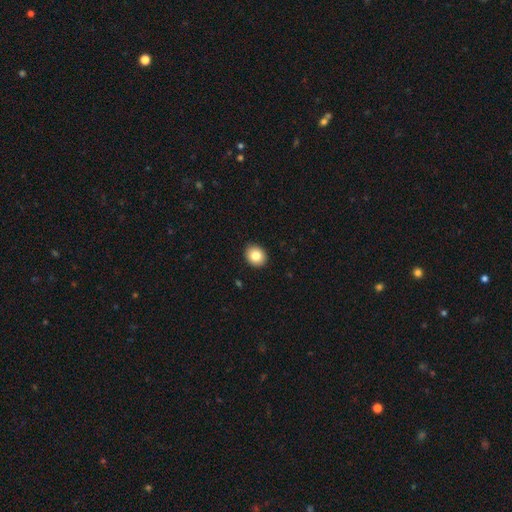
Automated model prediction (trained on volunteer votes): Smooth or featured? Predicted: smooth (p=0.82). How rounded? Predicted: round (p=0.66). Merging? Predicted: none (p=0.92).